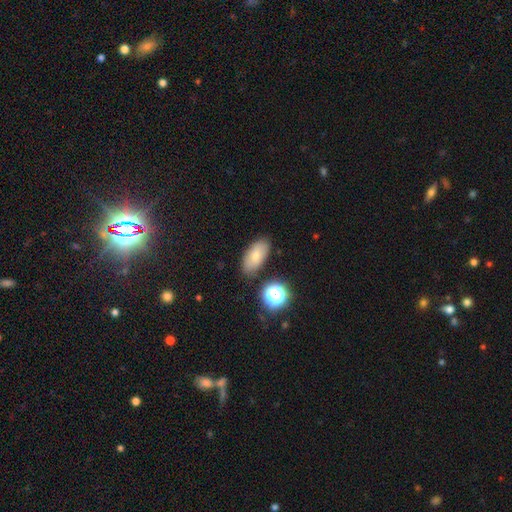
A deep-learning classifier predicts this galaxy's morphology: This appears to be a smooth galaxy with no disk features (63%) that is in between round and cigar-shaped (88%). Merging: none (86%).